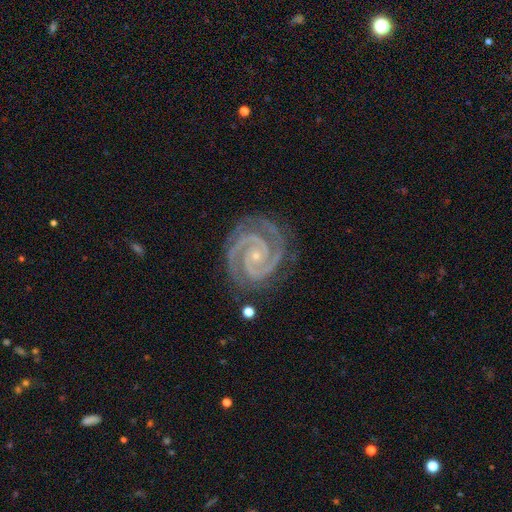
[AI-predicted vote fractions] A featured or disk galaxy (94%) with no bar (66%), 2 (87%) tight (78%) spiral arms (99%) and a small central bulge (83%).

Vote fractions:
- Smooth or featured? featured or disk: 94% / star or artifact: 4% / smooth: 2%
- Edge-on disk? no: 98% / yes: 2%
- Bar? no: 66% / weak: 22% / strong: 13%
- Spiral arms? yes: 99% / no: 1%
- Spiral winding? tight: 78% / medium: 20% / loose: 2%
- Spiral arm count? 2: 87% / 3: 7% / can't tell: 2% / 4: 2% / 1: 1% / more than 4: 1%
- Bulge size? small: 83% / moderate: 13% / none: 3% / large: 1% / dominant: 1%
- Merging? none: 81% / minor disturbance: 14% / major disturbance: 3% / merger: 2%